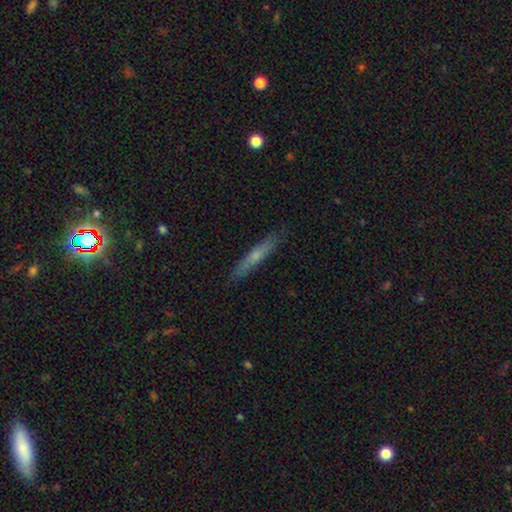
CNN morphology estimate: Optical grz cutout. It shows a smooth galaxy with no disk features (53%) that is cigar-shaped (93%). Merging: none (87%).